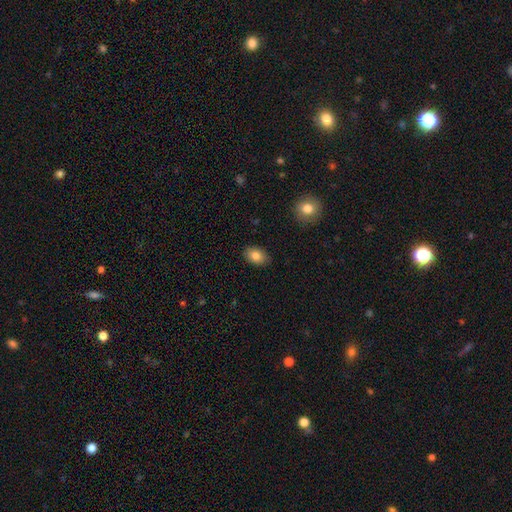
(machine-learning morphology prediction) smooth-or-featured: smooth: 84% | featured or disk: 8% | star or artifact: 8%
  how-rounded: in between: 81% | round: 18% | cigar-shaped: 1%
  merging: none: 88% | minor disturbance: 9% | major disturbance: 2% | merger: 1%